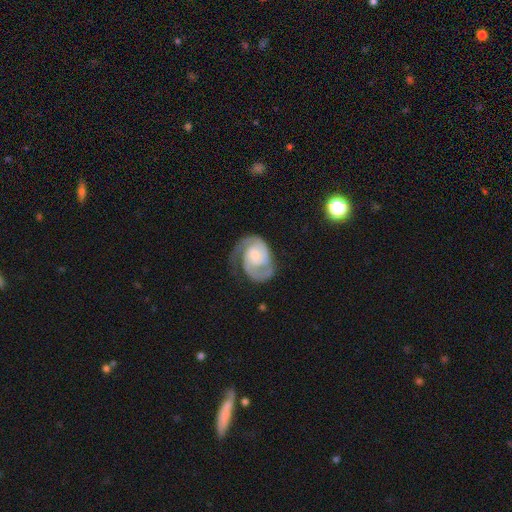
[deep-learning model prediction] Overall: featured or disk (84%). Edge-on disk: no (98%). Bar: no (64%; weak 30%). Spiral arms: yes (96%). Spiral arm count: 2 (78%). Spiral winding: medium (44%; tight 43%). Bulge size: small (46%; moderate 31%). Merging: none (56%; minor disturbance 23%).